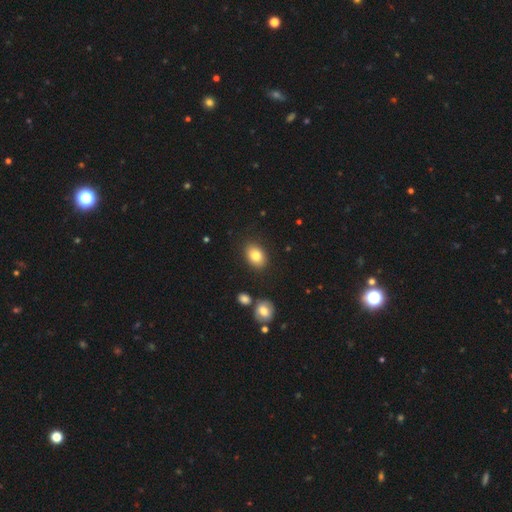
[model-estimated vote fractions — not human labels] Smooth or featured?
  - smooth: 82% *
  - featured or disk: 9%
  - star or artifact: 9%
How rounded?
  - in between: 78% *
  - round: 20%
  - cigar-shaped: 1%
Merging?
  - none: 85% *
  - minor disturbance: 9%
  - merger: 3%
  - major disturbance: 3%